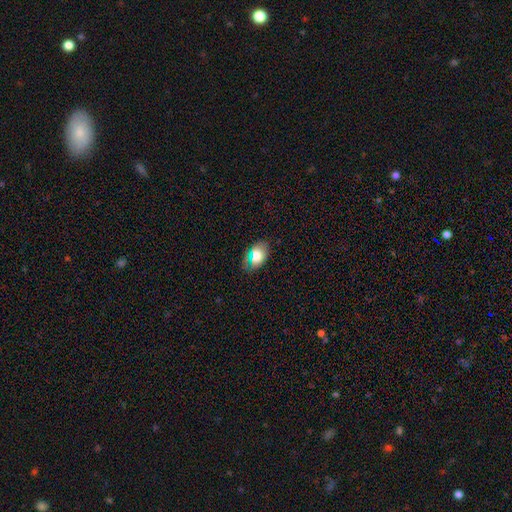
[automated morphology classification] A smooth galaxy with no disk features (73%) that is in between round and cigar-shaped (88%). Merging: none (76%).